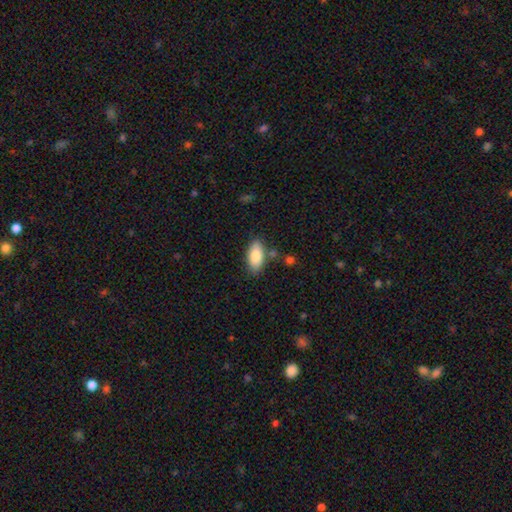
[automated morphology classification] Smooth or featured?
  - smooth: 84% *
  - featured or disk: 10%
  - star or artifact: 6%
How rounded?
  - in between: 90% *
  - cigar-shaped: 7%
  - round: 3%
Merging?
  - none: 79% *
  - minor disturbance: 13%
  - merger: 5%
  - major disturbance: 3%